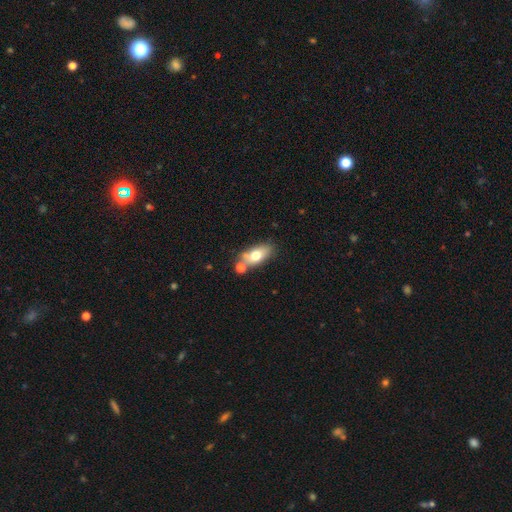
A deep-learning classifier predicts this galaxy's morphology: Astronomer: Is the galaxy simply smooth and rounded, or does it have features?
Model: smooth — 67%.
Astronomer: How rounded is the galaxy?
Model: in between — 82%.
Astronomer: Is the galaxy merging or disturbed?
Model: none — 59%.